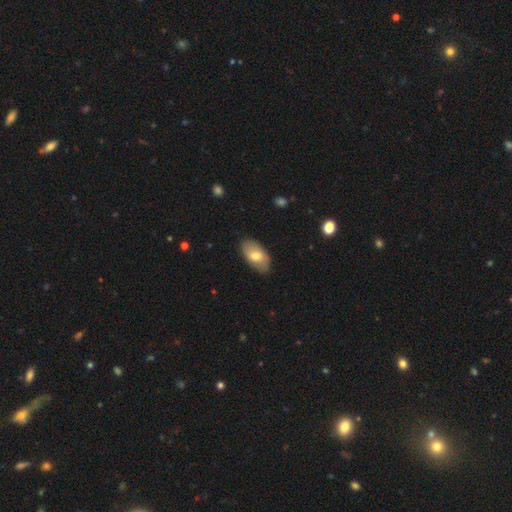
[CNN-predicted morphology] This appears to be a smooth galaxy with no disk features (68%) that is in between round and cigar-shaped (94%). Merging: none (82%).